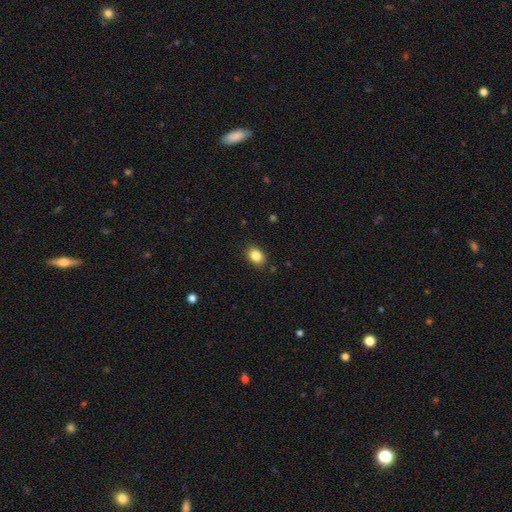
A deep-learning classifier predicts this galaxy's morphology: A smooth galaxy with no disk features (85%) that is in between round and cigar-shaped (68%).

Vote fractions:
- Smooth or featured? smooth: 85% / star or artifact: 9% / featured or disk: 5%
- How rounded? in between: 68% / round: 31% / cigar-shaped: 1%
- Merging? none: 87% / minor disturbance: 10% / major disturbance: 2% / merger: 1%